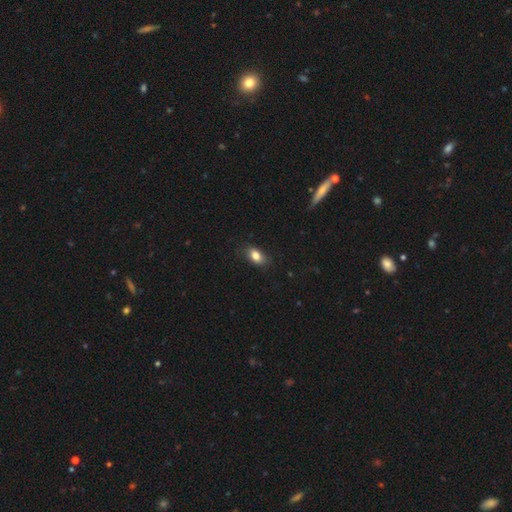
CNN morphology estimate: Q: Smooth or featured?
A: smooth (83%); runner-up: featured or disk (9%)
Q: How rounded?
A: in between (86%); runner-up: round (11%)
Q: Merging?
A: none (83%); runner-up: minor disturbance (13%)